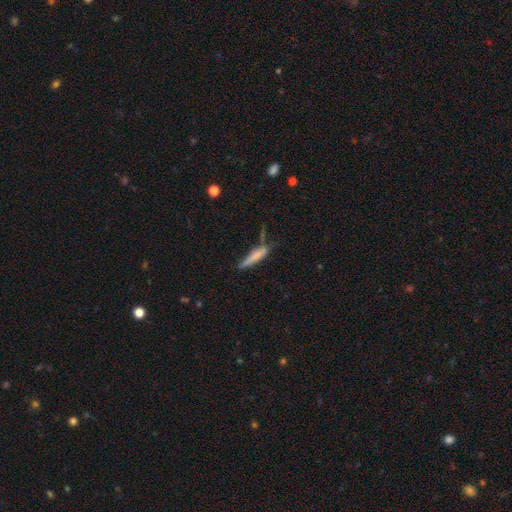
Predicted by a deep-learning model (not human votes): A smooth galaxy with no disk features (66%) that is cigar-shaped (85%). Merging: none (49%).